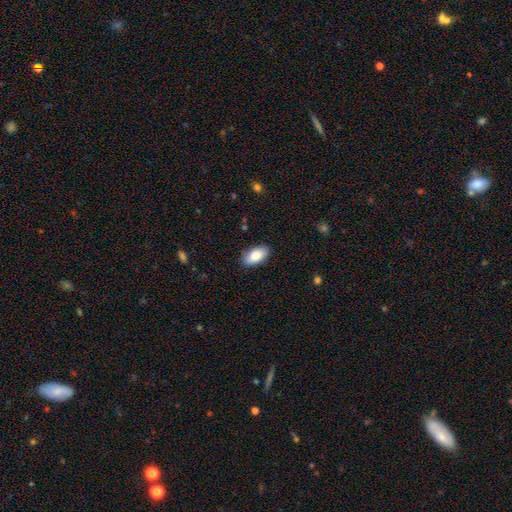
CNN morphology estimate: The model was most divided on "smooth or featured": smooth: 84%, featured or disk: 9%, star or artifact: 6%. More confident: how rounded — in between (93%); merging — none (88%).